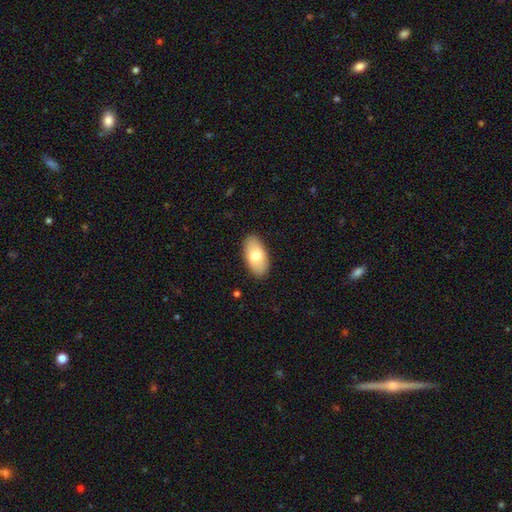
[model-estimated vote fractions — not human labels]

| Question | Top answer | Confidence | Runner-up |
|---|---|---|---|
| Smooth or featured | smooth | 75% | featured or disk (19%) |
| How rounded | in between | 95% | cigar-shaped (3%) |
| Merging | none | 88% | minor disturbance (9%) |